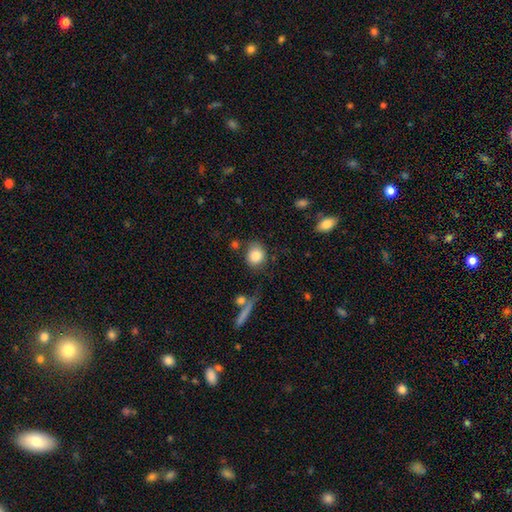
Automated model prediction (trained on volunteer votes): Smooth or featured: smooth — 84% (star or artifact — 9%)
How rounded: round — 72% (in between — 27%)
Merging: none — 75% (minor disturbance — 14%)